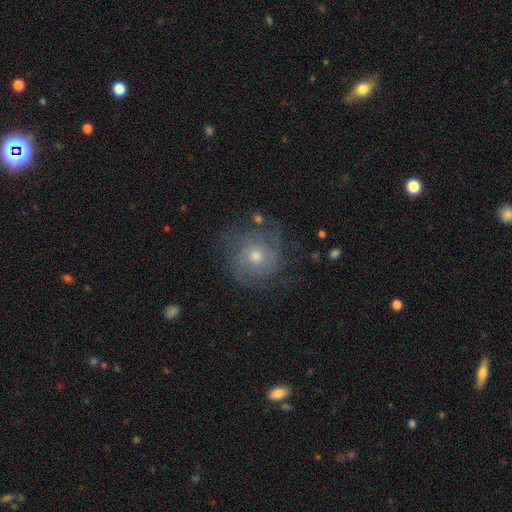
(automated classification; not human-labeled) Smooth or featured?
  - featured or disk: 52% *
  - smooth: 35%
  - star or artifact: 13%
Edge-on disk?
  - no: 96% *
  - yes: 4%
Bar?
  - no: 84% *
  - weak: 14%
  - strong: 2%
Spiral arms?
  - yes: 74% *
  - no: 26%
Bulge size?
  - moderate: 58% *
  - small: 36%
  - large: 4%
  - none: 1%
  - dominant: 1%
Merging?
  - none: 68% *
  - minor disturbance: 18%
  - major disturbance: 12%
  - merger: 2%